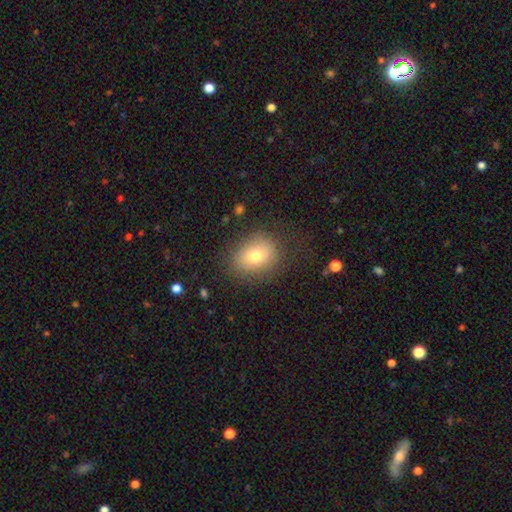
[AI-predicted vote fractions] This appears to be a smooth galaxy with no disk features (75%) that is in between round and cigar-shaped (57%). Merging: none (77%).